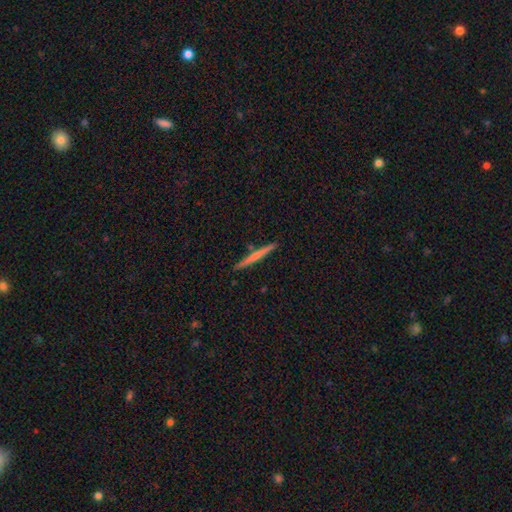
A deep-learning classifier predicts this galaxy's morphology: A smooth galaxy with no disk features (52%) that is cigar-shaped (97%).

Vote fractions:
- Smooth or featured? smooth: 52% / featured or disk: 43% / star or artifact: 6%
- How rounded? cigar-shaped: 97% / in between: 2% / round: 1%
- Merging? none: 90% / minor disturbance: 7% / merger: 2% / major disturbance: 1%